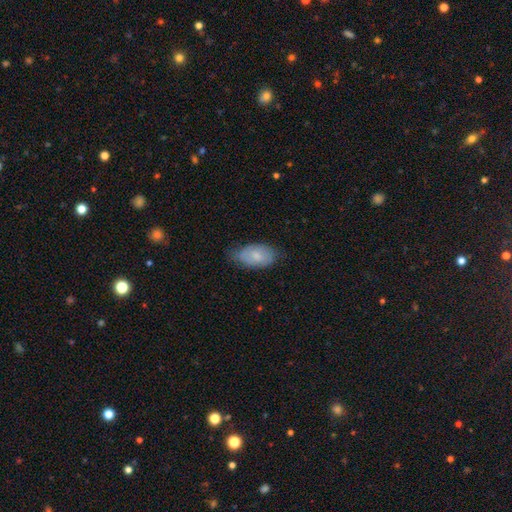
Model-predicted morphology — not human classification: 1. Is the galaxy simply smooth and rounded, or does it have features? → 73% smooth, 20% featured or disk, 6% star or artifact.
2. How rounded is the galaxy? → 93% in between, 4% round, 3% cigar-shaped.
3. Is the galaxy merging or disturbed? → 67% none, 27% minor disturbance, 5% major disturbance, 1% merger.